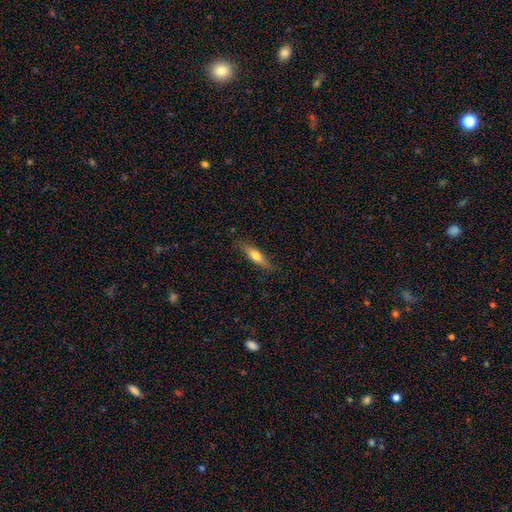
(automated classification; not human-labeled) This appears to be a smooth galaxy with no disk features (60%) that is cigar-shaped (69%). Merging: none (84%).